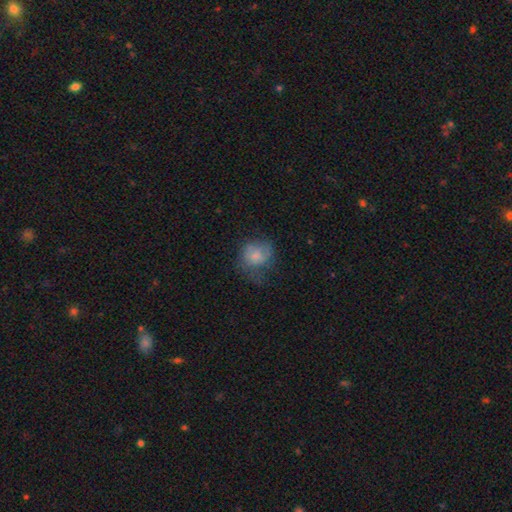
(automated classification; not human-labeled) Morphology: type=smooth (58%); roundness=round (65%); merging=none (39%).